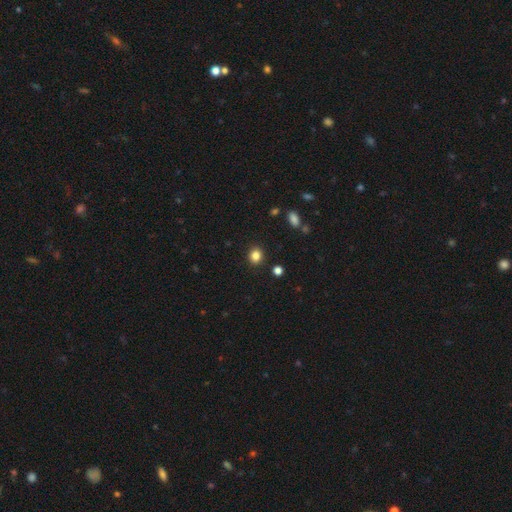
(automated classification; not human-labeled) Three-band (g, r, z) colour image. It shows a smooth galaxy with no disk features (84%) that is round (76%). Merging: none (90%).